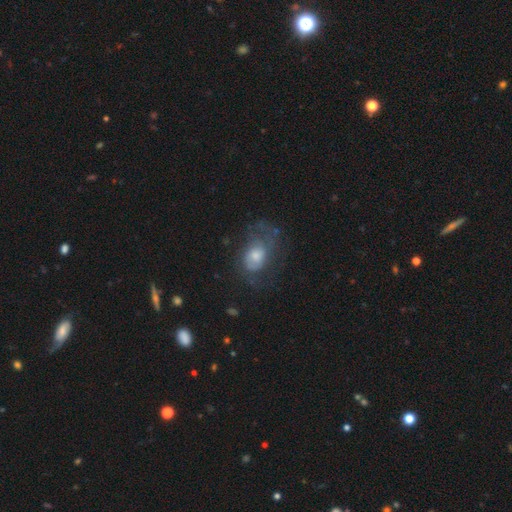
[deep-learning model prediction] This is possibly a featured or disk galaxy (47%). Merging: marginally none (45%).